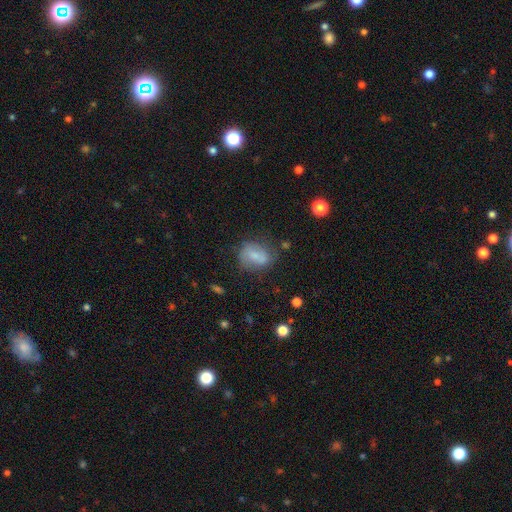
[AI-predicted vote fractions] Overall: smooth (67%). How rounded: in between (67%; round 29%). Merging: none (58%; minor disturbance 25%).